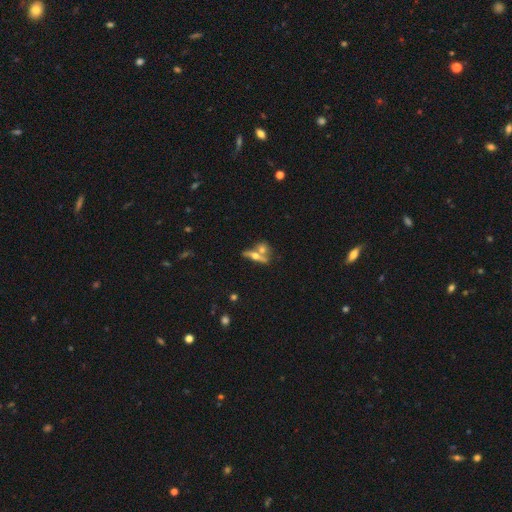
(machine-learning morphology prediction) type=featured or disk (57%); edge-on=yes (83%); merging=none (45%).